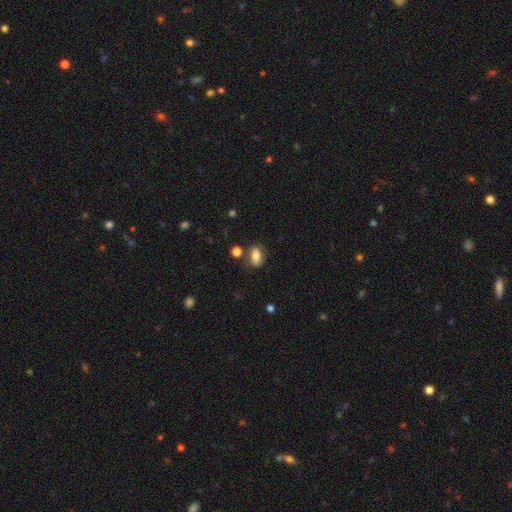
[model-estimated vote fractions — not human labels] Q: Smooth or featured?
A: smooth (78%); runner-up: featured or disk (13%)
Q: How rounded?
A: in between (84%); runner-up: round (12%)
Q: Merging?
A: none (71%); runner-up: minor disturbance (17%)